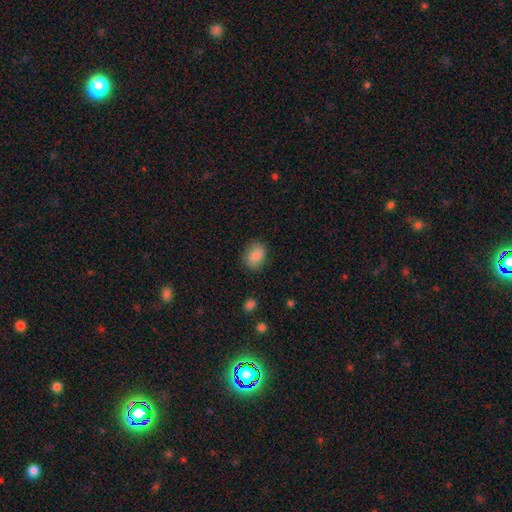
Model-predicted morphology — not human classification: A smooth galaxy with no disk features (82%) that is in between round and cigar-shaped (58%).

Vote fractions:
- Smooth or featured? smooth: 82% / featured or disk: 10% / star or artifact: 8%
- How rounded? in between: 58% / round: 41% / cigar-shaped: 1%
- Merging? none: 82% / minor disturbance: 14% / major disturbance: 3% / merger: 1%